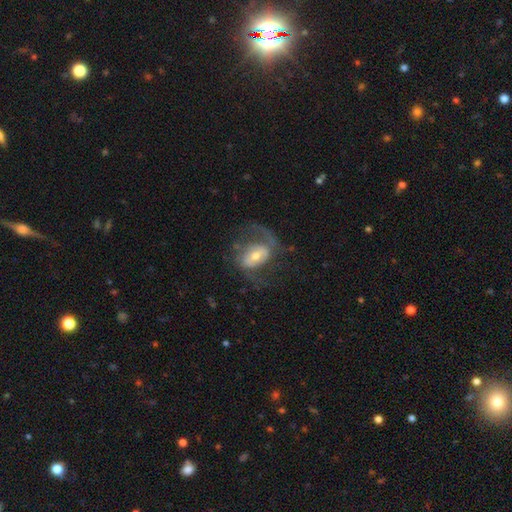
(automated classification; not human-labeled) Smooth or featured: featured or disk — 70% (smooth — 22%)
Edge-on disk: no — 95% (yes — 5%)
Bar: weak — 39% (no — 35%)
Spiral arms: yes — 80% (no — 20%)
Spiral winding: medium — 45% (loose — 39%)
Spiral arm count: 2 — 68% (1 — 15%)
Bulge size: moderate — 54% (small — 35%)
Merging: none — 46% (major disturbance — 33%)